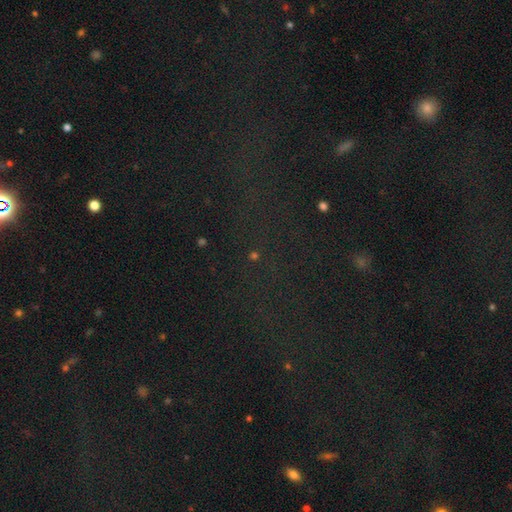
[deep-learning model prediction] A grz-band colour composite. It shows a star or artifact, not a galaxy (74%).